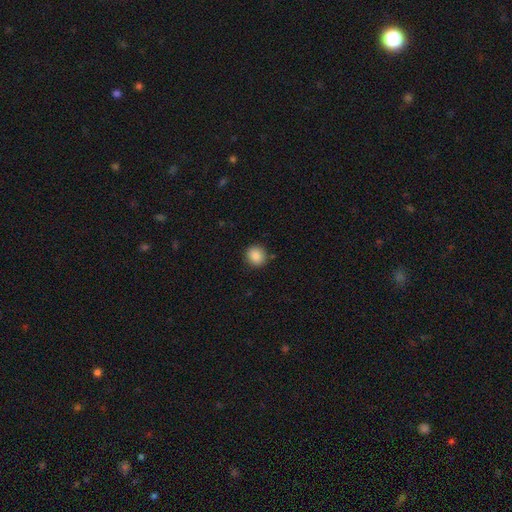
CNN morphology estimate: smooth 87%, star or artifact 9%, featured or disk 4%. Down the decision tree: how rounded — round (85%); merging — none (88%).